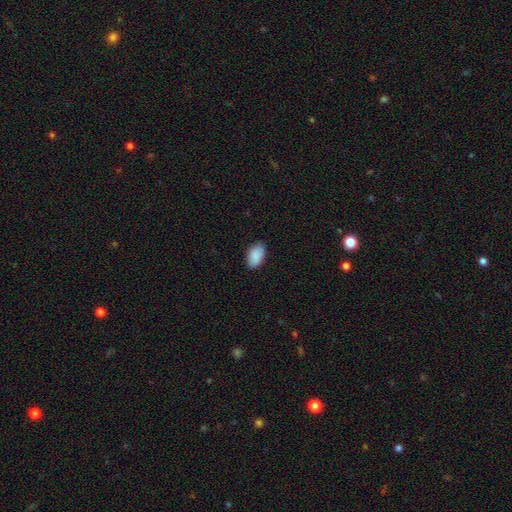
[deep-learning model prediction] Morphology: type=smooth (90%); roundness=in between (94%); merging=none (86%).